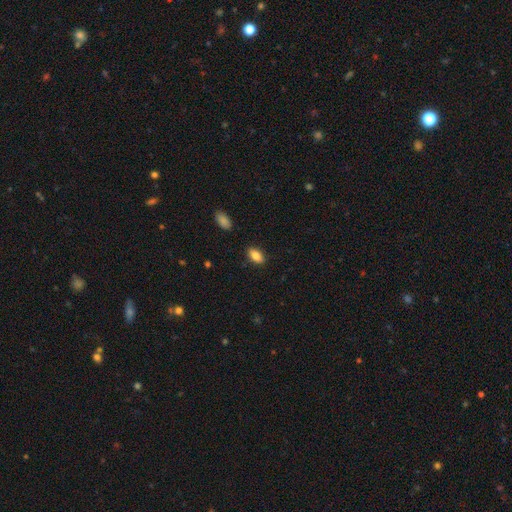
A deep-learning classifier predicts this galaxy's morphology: type=smooth (85%); roundness=in between (90%); merging=none (87%).